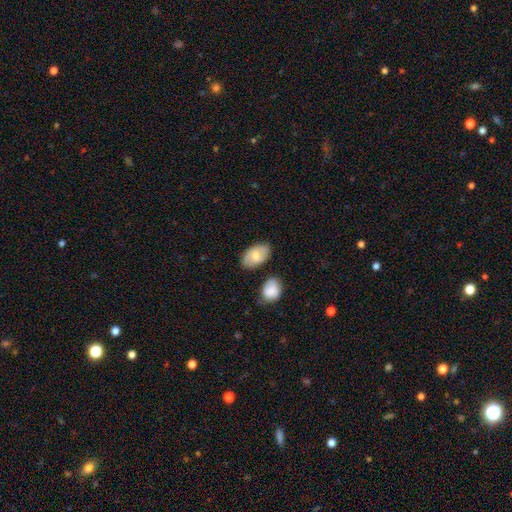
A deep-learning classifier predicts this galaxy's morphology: smooth-or-featured: smooth: 65% | featured or disk: 28% | star or artifact: 7%
  how-rounded: in between: 91% | round: 8% | cigar-shaped: 2%
  merging: none: 74% | minor disturbance: 16% | merger: 6% | major disturbance: 3%